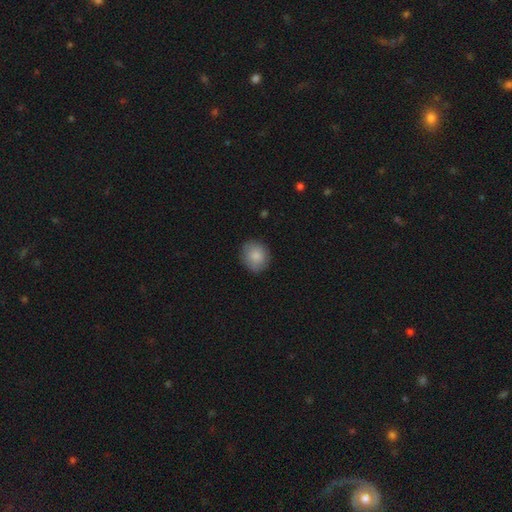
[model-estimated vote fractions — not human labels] smooth-or-featured: smooth: 85% | featured or disk: 8% | star or artifact: 7%
  how-rounded: round: 73% | in between: 26% | cigar-shaped: 1%
  merging: none: 83% | minor disturbance: 13% | major disturbance: 3% | merger: 1%